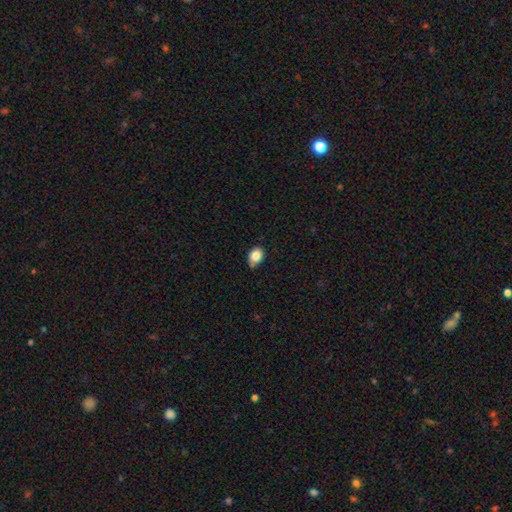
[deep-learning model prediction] The model was most divided on "how rounded": in between: 60%, round: 39%, cigar-shaped: 1%. More confident: smooth or featured — smooth (85%); merging — none (64%).